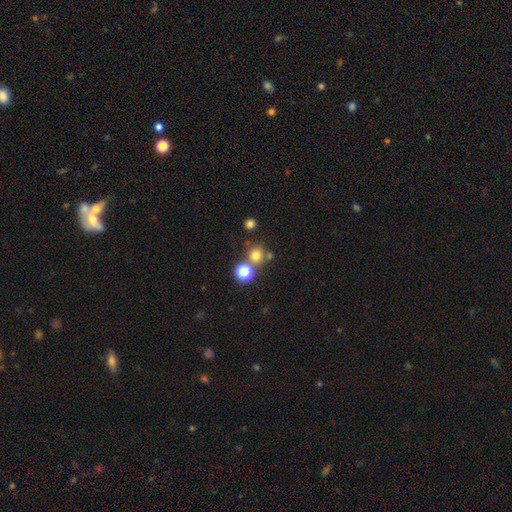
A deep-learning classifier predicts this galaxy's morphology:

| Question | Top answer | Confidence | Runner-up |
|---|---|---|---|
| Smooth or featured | smooth | 75% | star or artifact (17%) |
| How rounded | round | 90% | in between (9%) |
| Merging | none | 67% | merger (23%) |